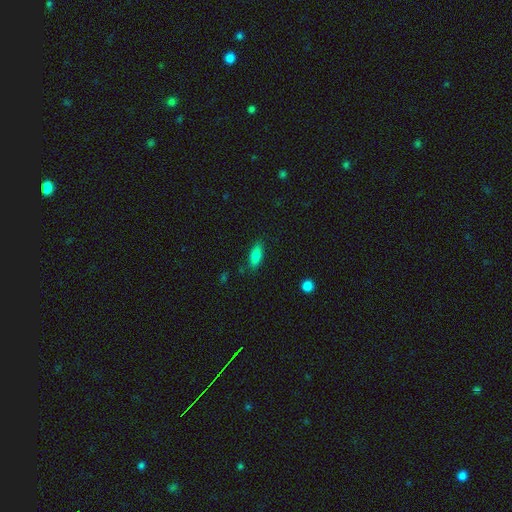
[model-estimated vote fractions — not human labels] smooth_or_featured: smooth (p=0.81) [alt: featured or disk p=0.11]
how_rounded: in between (p=0.72) [alt: cigar-shaped p=0.25]
merging: none (p=0.83) [alt: minor disturbance p=0.12]